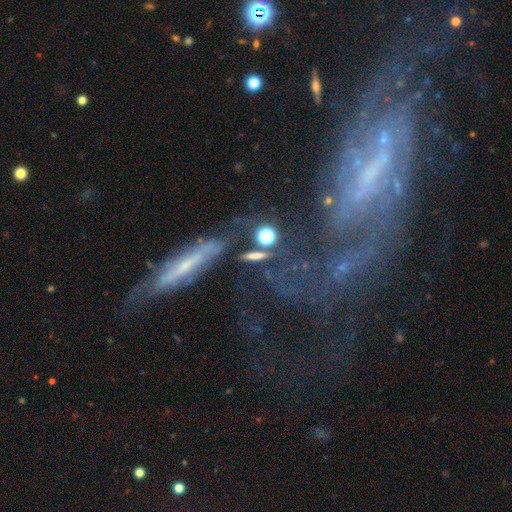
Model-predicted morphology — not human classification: Smooth or featured: smooth — 49% (featured or disk — 27%)
Merging: none — 71% (minor disturbance — 13%)